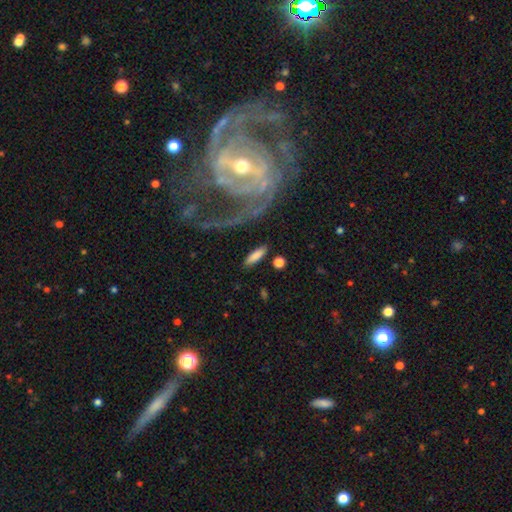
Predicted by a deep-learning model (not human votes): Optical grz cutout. It shows a smooth galaxy with no disk features (82%) that is in between round and cigar-shaped (50%). Merging: none (80%).